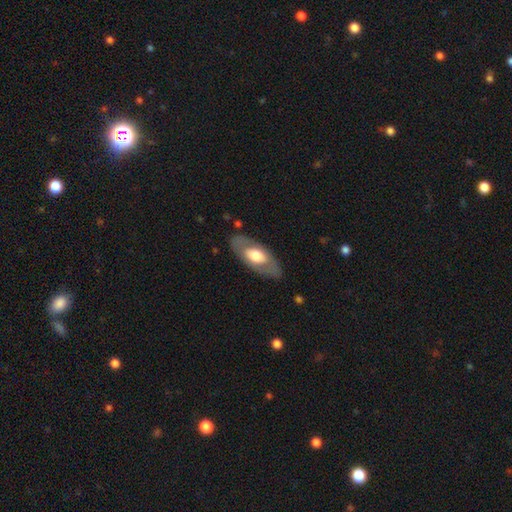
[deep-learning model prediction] Overall: smooth (49%; featured or disk 46%). Merging: none (80%).